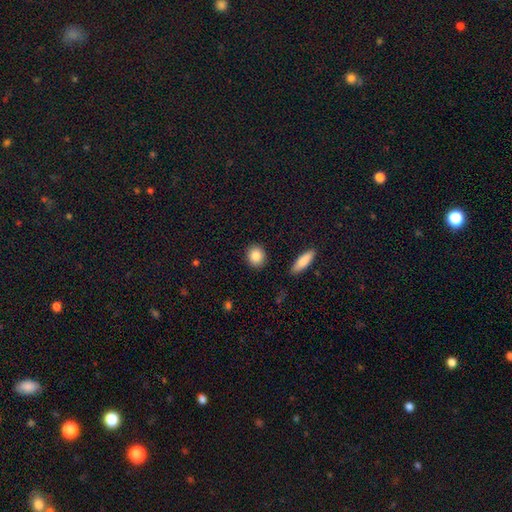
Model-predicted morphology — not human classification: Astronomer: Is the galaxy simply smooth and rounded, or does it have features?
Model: smooth — 86%.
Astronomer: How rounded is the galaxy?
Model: round — 75%.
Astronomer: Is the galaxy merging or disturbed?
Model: none — 90%.